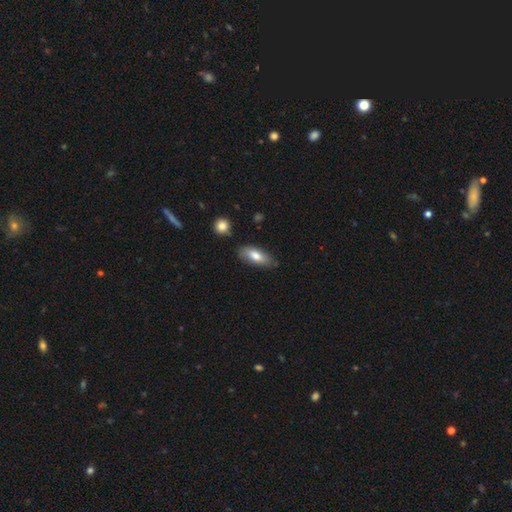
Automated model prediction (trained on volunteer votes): This is likely a smooth galaxy (75%). How rounded: likely in between (79%). Merging: likely none (76%).